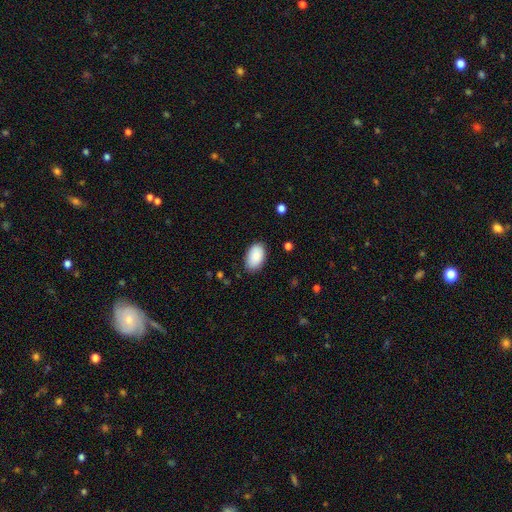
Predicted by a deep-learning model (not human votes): Morphology: type=smooth (88%); roundness=in between (94%); merging=none (84%).